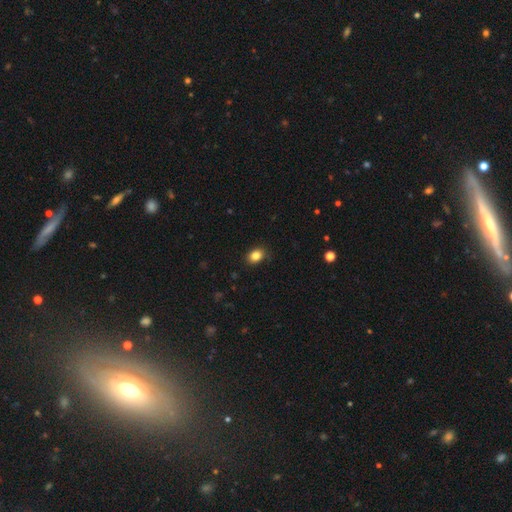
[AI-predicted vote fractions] The model was most divided on "how rounded": in between: 65%, round: 34%, cigar-shaped: 1%. More confident: merging — none (85%); smooth or featured — smooth (85%).